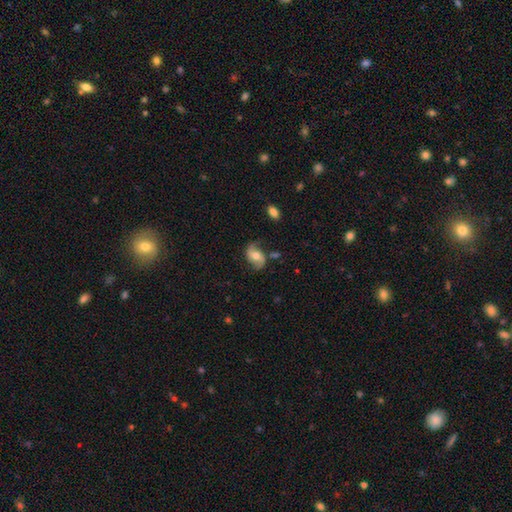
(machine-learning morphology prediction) featured or disk 65%, smooth 27%, star or artifact 8%. Down the decision tree: edge-on disk — no (96%); bar — no (56%); spiral arms — yes (91%); spiral arm count — 2 (89%); spiral winding — loose (57%); bulge size — moderate (61%); merging — none (65%).